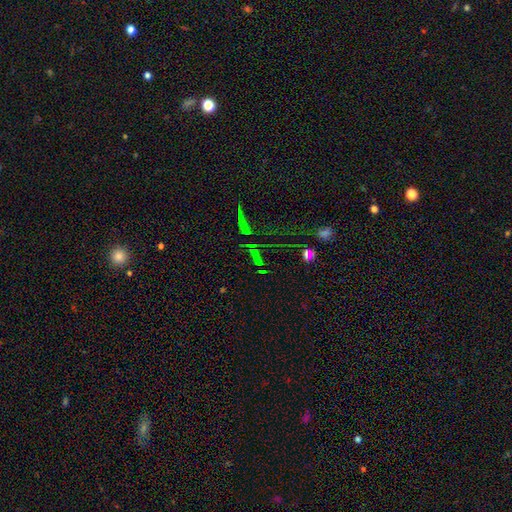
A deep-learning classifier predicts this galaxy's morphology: Smooth or featured: star or artifact — 68% (smooth — 17%)